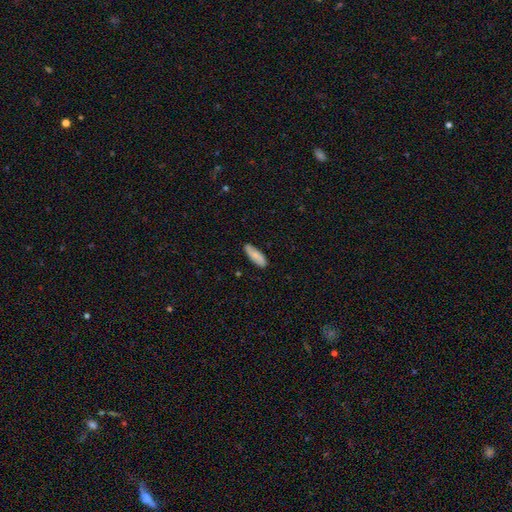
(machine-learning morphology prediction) smooth 76%, featured or disk 18%, star or artifact 6%. Down the decision tree: how rounded — in between (58%); merging — none (84%).